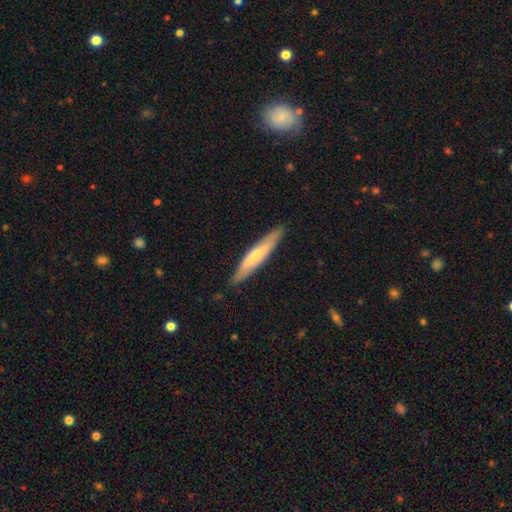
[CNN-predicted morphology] Smooth or featured: smooth — 54% (featured or disk — 41%)
How rounded: cigar-shaped — 90% (in between — 9%)
Merging: none — 87% (minor disturbance — 10%)